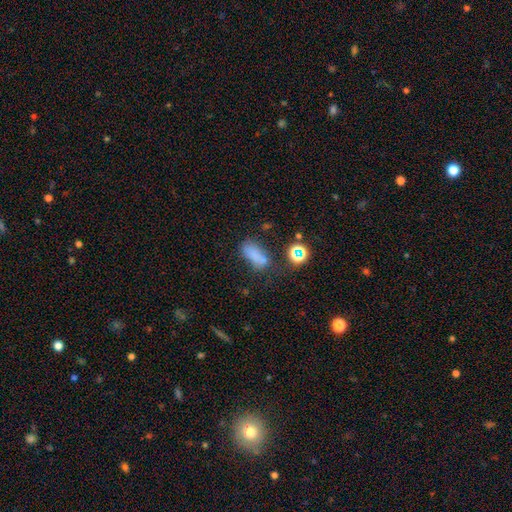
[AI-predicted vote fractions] The model was most divided on "merging": none: 49%, minor disturbance: 23%, merger: 16%, major disturbance: 13%. More confident: how rounded — in between (78%); smooth or featured — smooth (70%).